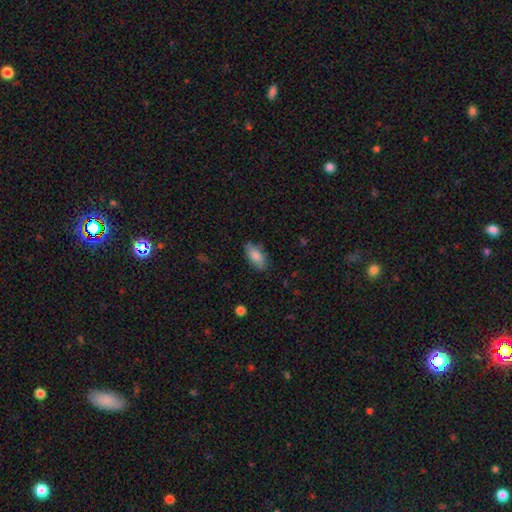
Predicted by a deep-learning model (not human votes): Smooth or featured: smooth — 84% (featured or disk — 10%)
How rounded: in between — 91% (cigar-shaped — 6%)
Merging: none — 79% (minor disturbance — 16%)